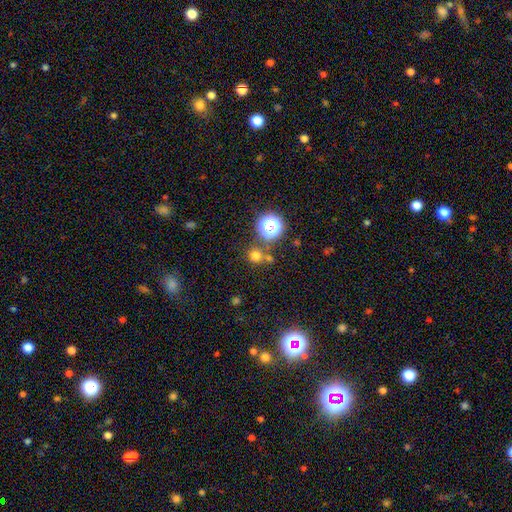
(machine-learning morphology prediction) A smooth galaxy with no disk features (69%) that is round (91%).

Vote fractions:
- Smooth or featured? smooth: 69% / star or artifact: 25% / featured or disk: 7%
- How rounded? round: 91% / in between: 7% / cigar-shaped: 1%
- Merging? none: 72% / merger: 15% / minor disturbance: 9% / major disturbance: 4%